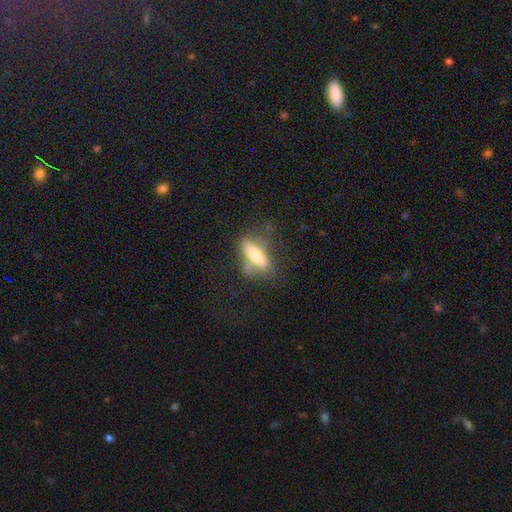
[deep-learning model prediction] smooth-or-featured: smooth: 61% | featured or disk: 31% | star or artifact: 8%
  how-rounded: cigar-shaped: 60% | in between: 38% | round: 3%
  merging: none: 58% | minor disturbance: 23% | major disturbance: 15% | merger: 3%